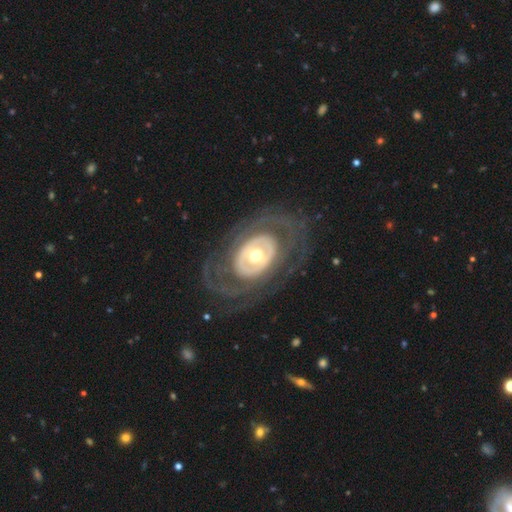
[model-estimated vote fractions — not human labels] Smooth or featured? Predicted: featured or disk (p=0.84). Edge-on disk? Predicted: no (p=0.94). Bar? Predicted: no (p=0.67). Spiral arms? Predicted: yes (p=0.66). Spiral winding? Predicted: tight (p=0.61). Spiral arm count? Predicted: 2 (p=0.38). Bulge size? Predicted: moderate (p=0.67). Merging? Predicted: none (p=0.73).